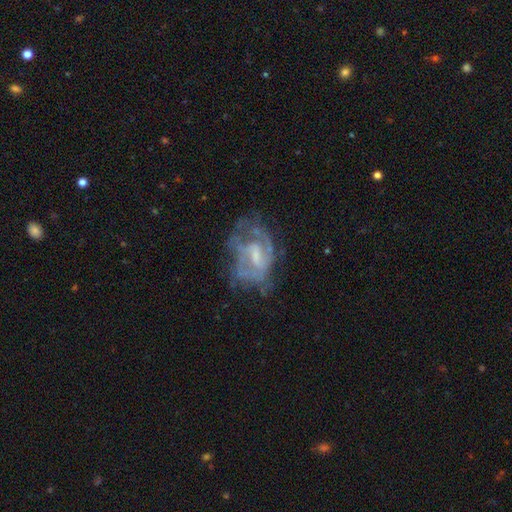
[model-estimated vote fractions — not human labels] Morphology: type=featured or disk (77%); edge-on=no (97%); bar=weak (52%); spiral arms=yes (68%); winding=medium (44%); arm count=can't tell (42%); bulge=small (41%); merging=none (46%).